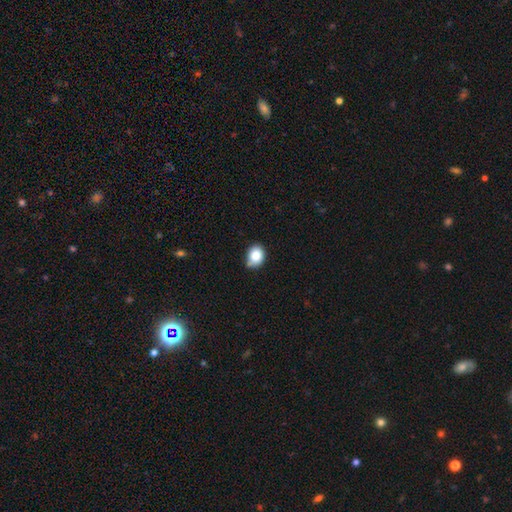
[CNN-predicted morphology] Overall: smooth (86%). How rounded: round (51%; in between 48%). Merging: none (68%).